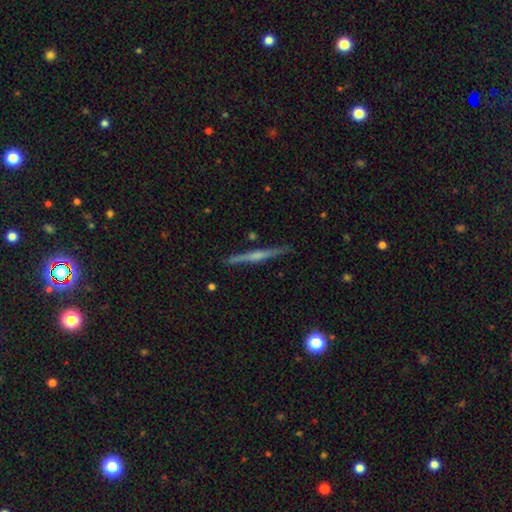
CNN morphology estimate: Smooth or featured? featured or disk (72%)
Edge-on disk? yes (98%)
Edge-on bulge? rounded (62%)
Merging? none (90%)